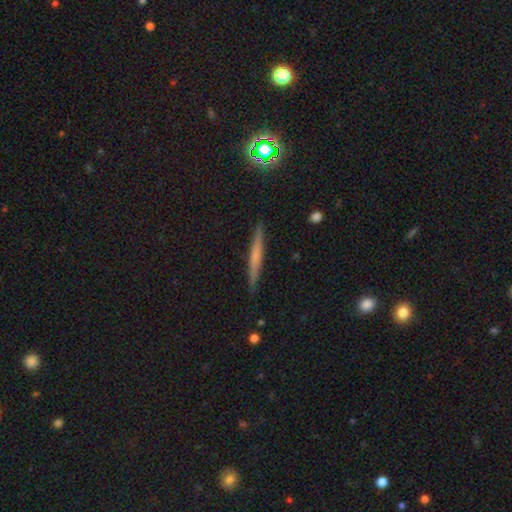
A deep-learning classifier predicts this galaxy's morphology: The model was most divided on "smooth or featured": smooth: 49%, featured or disk: 42%, star or artifact: 9%. More confident: merging — none (90%).